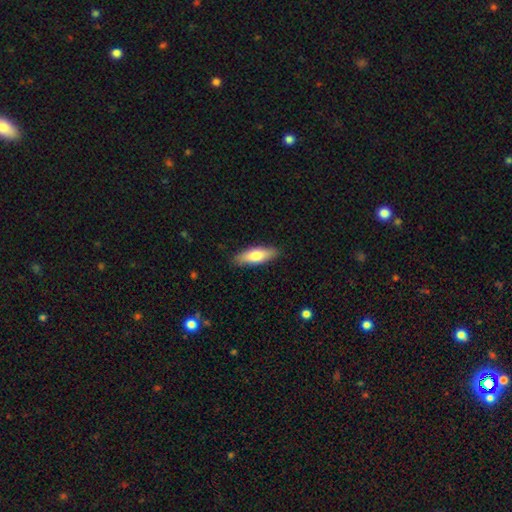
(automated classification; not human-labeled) Smooth or featured: smooth — 76% (featured or disk — 19%)
How rounded: in between — 58% (cigar-shaped — 41%)
Merging: none — 88% (minor disturbance — 9%)